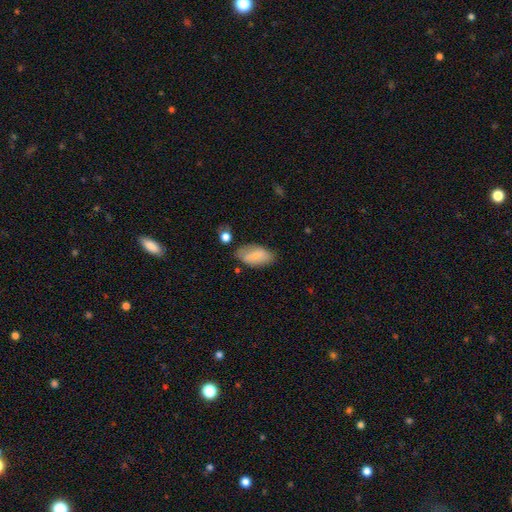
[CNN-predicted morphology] A smooth galaxy with no disk features (80%) that is in between round and cigar-shaped (93%).

Vote fractions:
- Smooth or featured? smooth: 80% / featured or disk: 13% / star or artifact: 7%
- How rounded? in between: 93% / cigar-shaped: 4% / round: 3%
- Merging? none: 69% / minor disturbance: 21% / major disturbance: 5% / merger: 5%